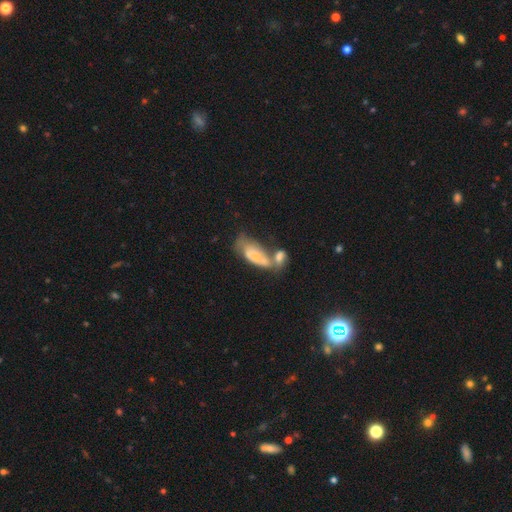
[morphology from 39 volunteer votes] Overall: featured or disk (54%; smooth 41%). Edge-on disk: no (86%). Bar: no (89%). Spiral arms: no (94%). Bulge size: small (56%; moderate 44%). Merging: merger (62%).